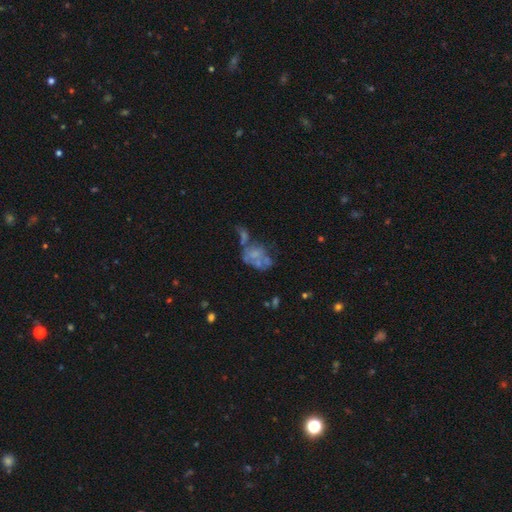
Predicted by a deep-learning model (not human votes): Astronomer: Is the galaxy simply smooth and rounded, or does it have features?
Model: featured or disk — 52% (runner-up: smooth, 33%).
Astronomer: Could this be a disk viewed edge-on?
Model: no — 97%.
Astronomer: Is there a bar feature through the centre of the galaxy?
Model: no — 90%.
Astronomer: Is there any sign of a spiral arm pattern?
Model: no — 85%.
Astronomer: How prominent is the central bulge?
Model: none — 49% (runner-up: small, 26%).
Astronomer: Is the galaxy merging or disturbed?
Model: merger — 38% (runner-up: major disturbance, 24%).